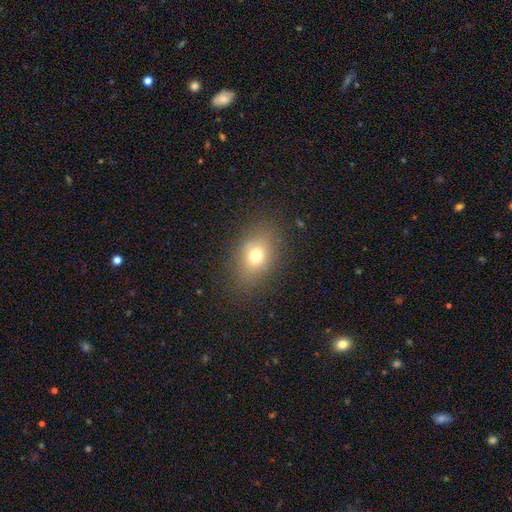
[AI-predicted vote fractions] Morphology: type=smooth (69%); roundness=in between (67%); merging=none (82%).